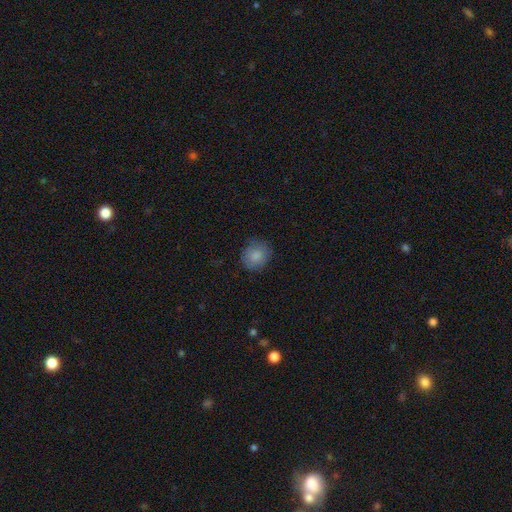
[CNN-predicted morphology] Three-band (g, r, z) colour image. It shows a smooth galaxy with no disk features (85%) that is round (80%). Merging: none (79%).